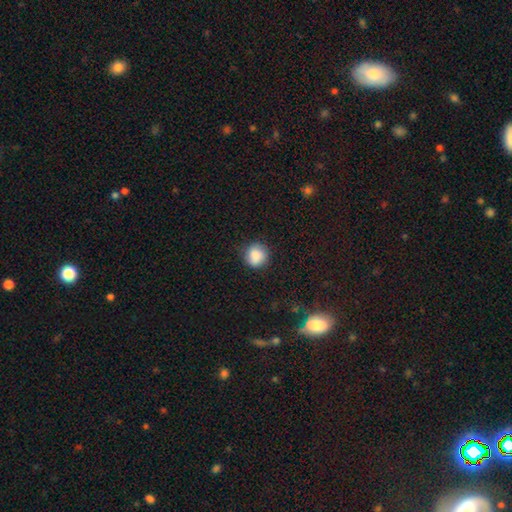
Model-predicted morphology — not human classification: Q: Smooth or featured?
A: smooth (87%); runner-up: star or artifact (8%)
Q: How rounded?
A: round (87%); runner-up: in between (12%)
Q: Merging?
A: none (80%); runner-up: minor disturbance (15%)